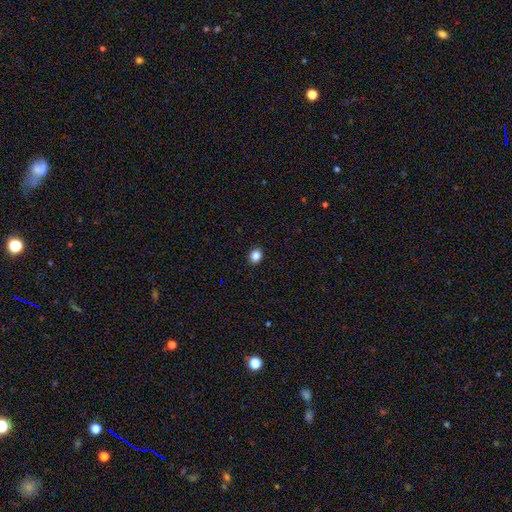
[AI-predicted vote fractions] Smooth or featured: smooth — 85% (star or artifact — 11%)
How rounded: round — 70% (in between — 29%)
Merging: none — 92% (minor disturbance — 5%)